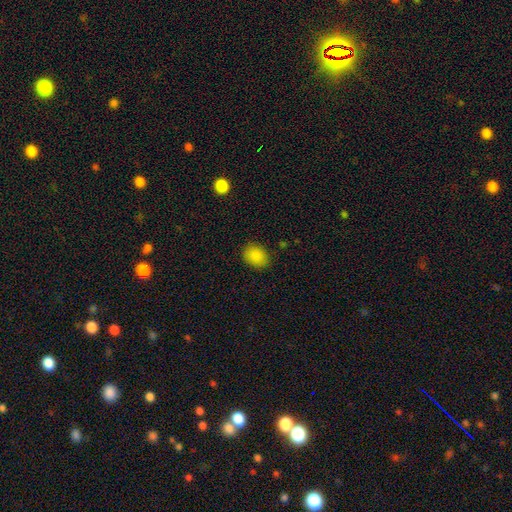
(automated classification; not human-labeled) Morphology: type=smooth (87%); roundness=in between (54%); merging=none (86%).